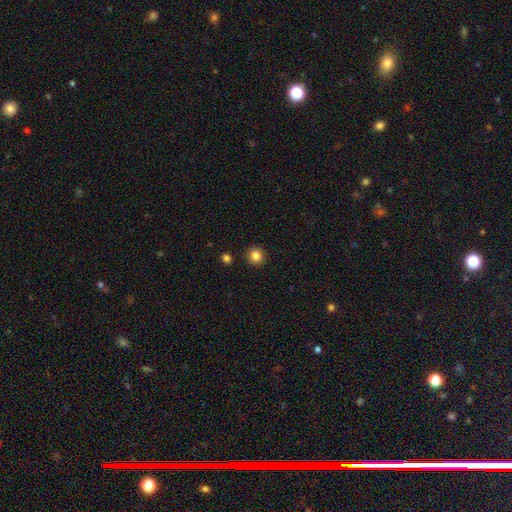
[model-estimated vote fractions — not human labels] Smooth or featured?
  - smooth: 84% *
  - star or artifact: 11%
  - featured or disk: 5%
How rounded?
  - round: 92% *
  - in between: 7%
  - cigar-shaped: 1%
Merging?
  - none: 91% *
  - minor disturbance: 6%
  - merger: 2%
  - major disturbance: 2%